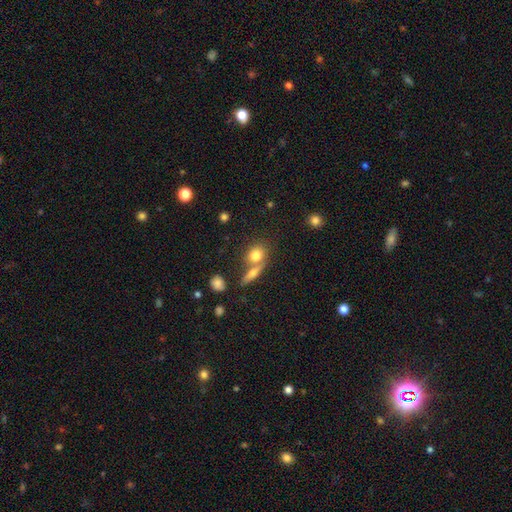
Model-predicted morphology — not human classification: Smooth or featured? Predicted: smooth (p=0.77). How rounded? Predicted: round (p=0.53). Merging? Predicted: none (p=0.46).